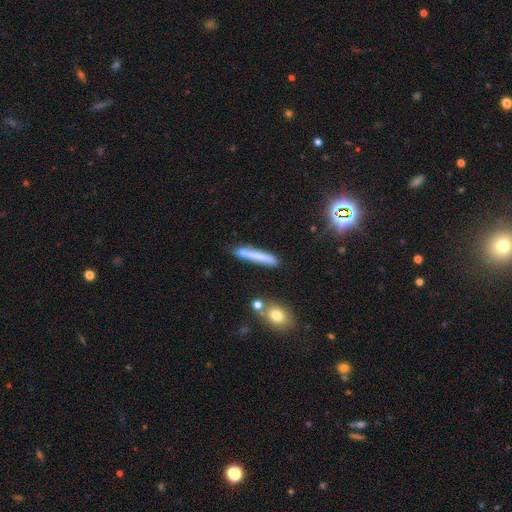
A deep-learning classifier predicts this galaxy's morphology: Smooth or featured? smooth (68%)
How rounded? cigar-shaped (93%)
Merging? none (75%)